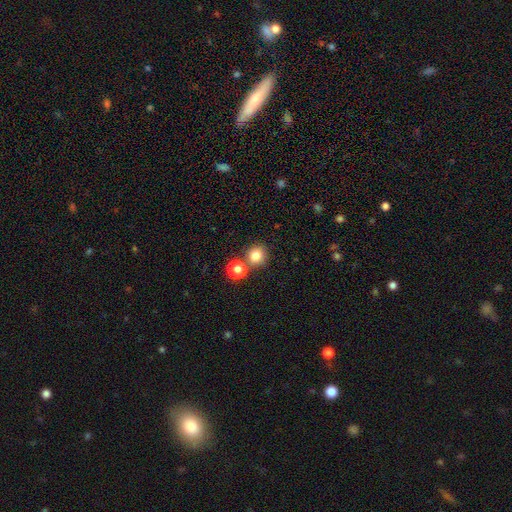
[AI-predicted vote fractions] smooth 81%, star or artifact 13%, featured or disk 6%. Down the decision tree: how rounded — round (90%); merging — none (73%).